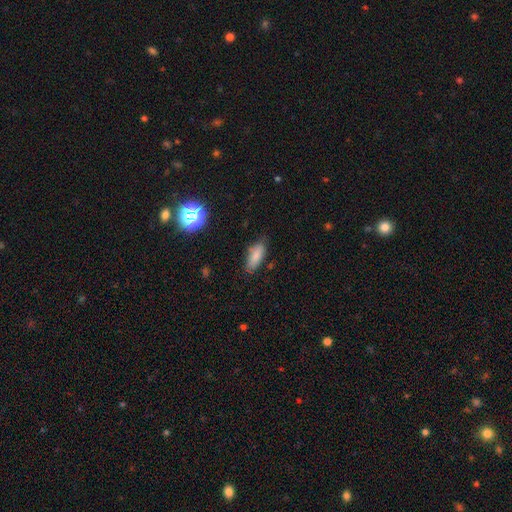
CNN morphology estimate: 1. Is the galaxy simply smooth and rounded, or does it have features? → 83% smooth, 9% star or artifact, 8% featured or disk.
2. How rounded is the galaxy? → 74% in between, 23% cigar-shaped, 3% round.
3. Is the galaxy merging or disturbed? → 76% none, 19% minor disturbance, 4% major disturbance, 2% merger.